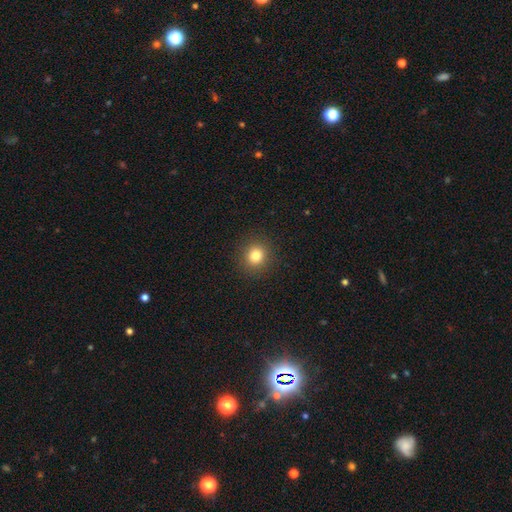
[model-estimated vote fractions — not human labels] Smooth or featured? Predicted: smooth (p=0.81). How rounded? Predicted: round (p=0.88). Merging? Predicted: none (p=0.91).